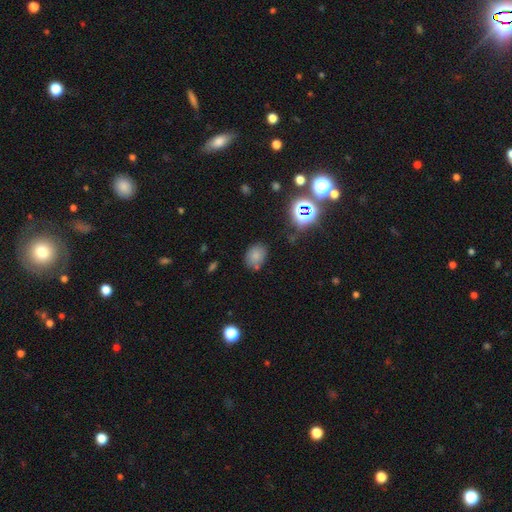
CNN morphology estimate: Smooth or featured? Predicted: smooth (p=0.74). How rounded? Predicted: in between (p=0.60). Merging? Predicted: none (p=0.72).